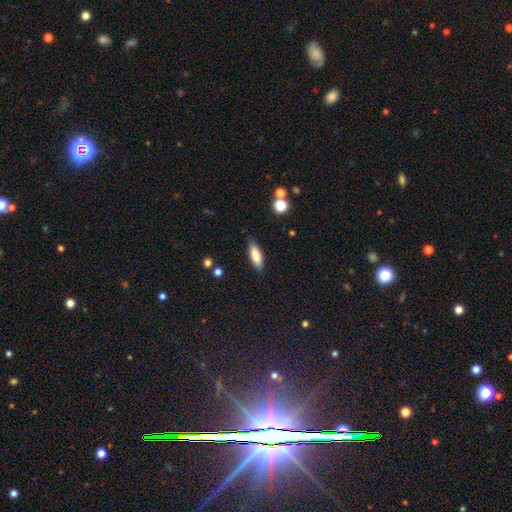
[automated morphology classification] Smooth or featured? Predicted: smooth (p=0.80). How rounded? Predicted: in between (p=0.61). Merging? Predicted: none (p=0.84).